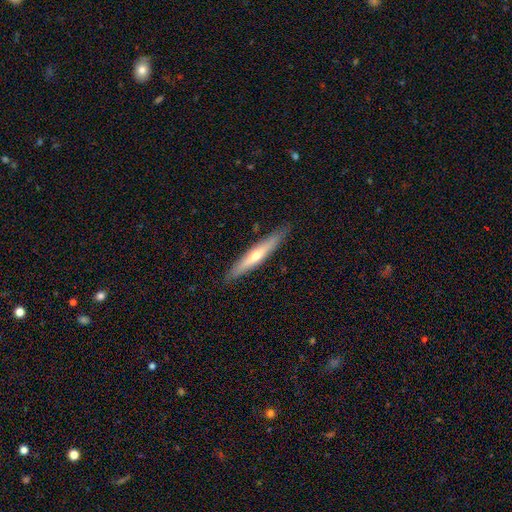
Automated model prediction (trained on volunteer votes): Overall: featured or disk (55%; smooth 40%). Edge-on disk: yes (91%). Merging: none (88%).